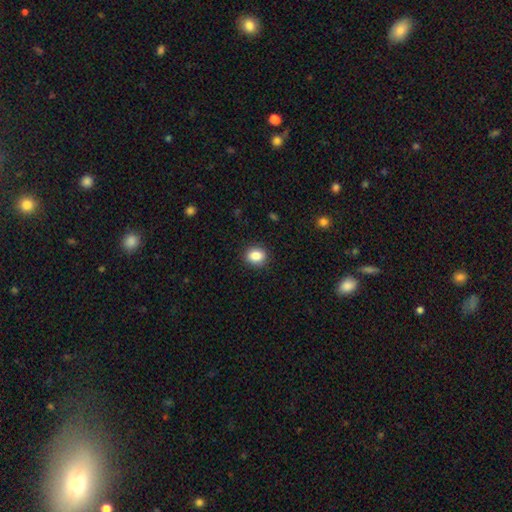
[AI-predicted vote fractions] A smooth galaxy with no disk features (87%) that is round (58%). Merging: none (89%).